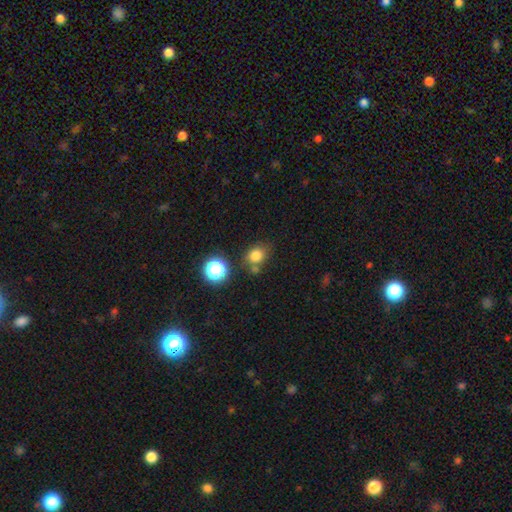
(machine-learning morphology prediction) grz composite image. It shows a smooth galaxy with no disk features (79%) that is round (59%). Merging: none (68%).